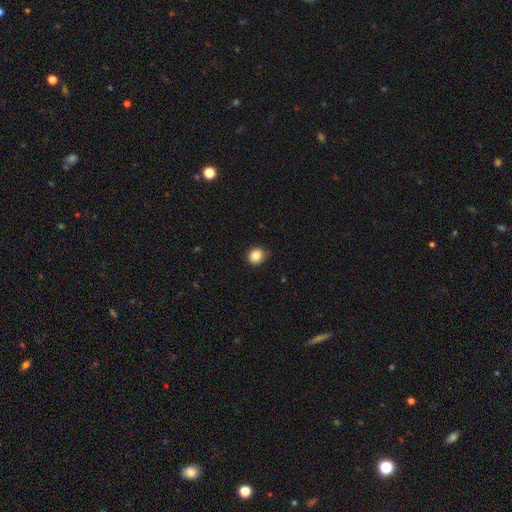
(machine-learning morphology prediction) Smooth or featured? Predicted: smooth (p=0.87). How rounded? Predicted: round (p=0.82). Merging? Predicted: none (p=0.81).